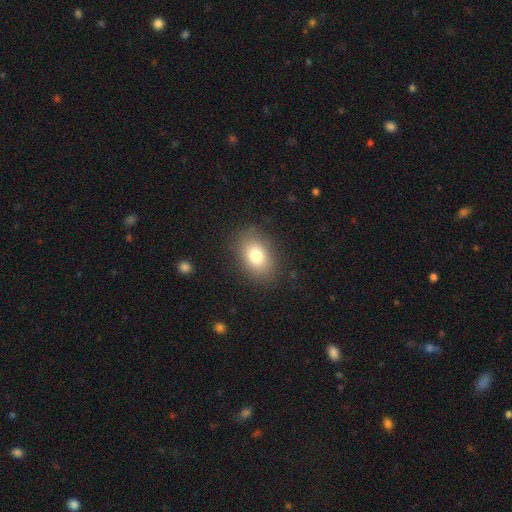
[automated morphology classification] Overall: smooth (79%). How rounded: in between (80%). Merging: none (85%).